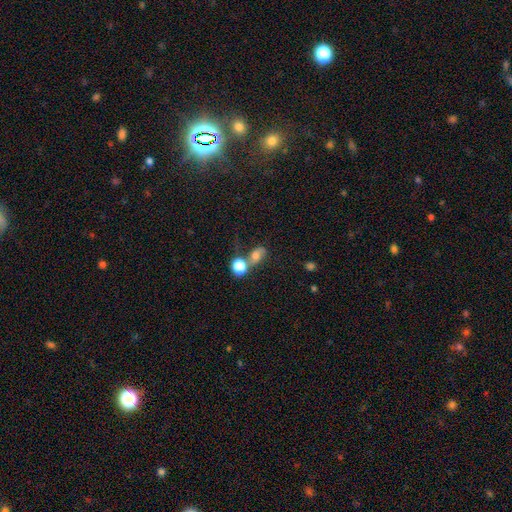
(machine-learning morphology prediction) type=smooth (66%); roundness=in between (54%); merging=merger (47%).